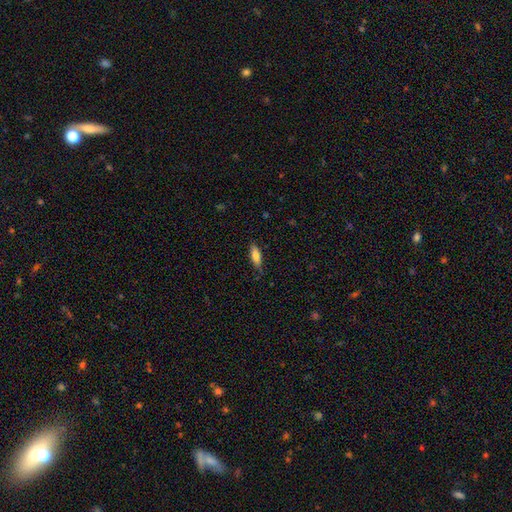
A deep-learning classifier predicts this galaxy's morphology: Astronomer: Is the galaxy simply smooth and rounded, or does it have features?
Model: smooth — 73%.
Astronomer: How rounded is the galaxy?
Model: in between — 55% (runner-up: cigar-shaped, 43%).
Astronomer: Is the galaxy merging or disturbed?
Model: none — 79%.